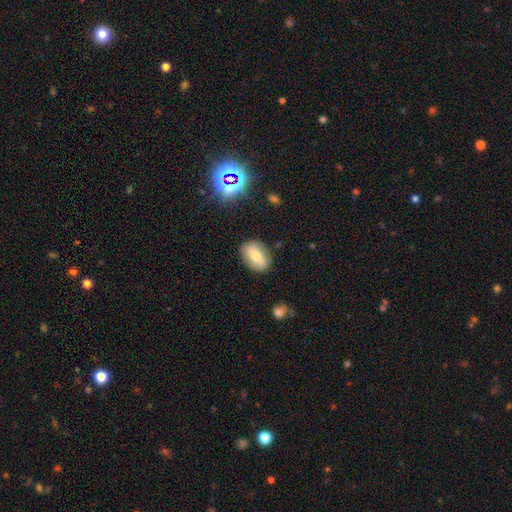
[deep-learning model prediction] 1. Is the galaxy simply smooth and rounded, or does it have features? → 60% smooth, 31% featured or disk, 9% star or artifact.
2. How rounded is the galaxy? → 80% in between, 17% round, 3% cigar-shaped.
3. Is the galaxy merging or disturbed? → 83% none, 12% minor disturbance, 3% major disturbance, 2% merger.